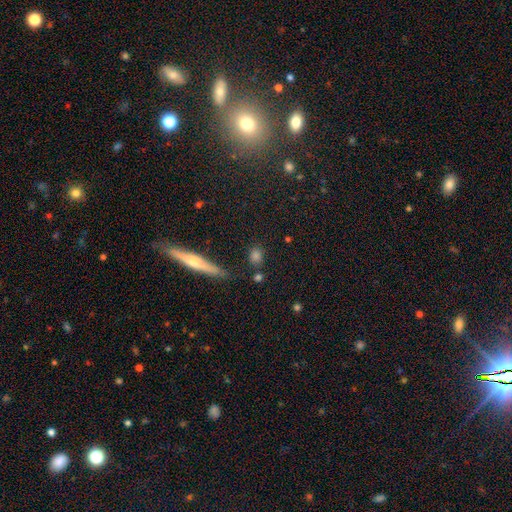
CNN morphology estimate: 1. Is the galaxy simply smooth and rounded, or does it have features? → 73% smooth, 14% star or artifact, 13% featured or disk.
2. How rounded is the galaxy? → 46% round, 40% in between, 14% cigar-shaped.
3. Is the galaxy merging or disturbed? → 80% none, 11% minor disturbance, 5% merger, 3% major disturbance.